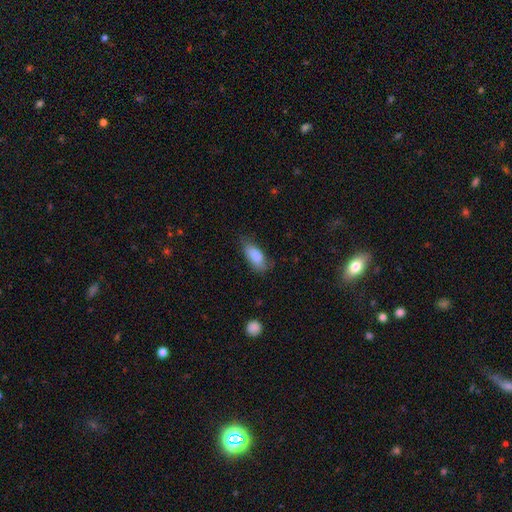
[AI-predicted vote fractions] Overall: smooth (82%). How rounded: in between (84%). Merging: none (65%; minor disturbance 26%).